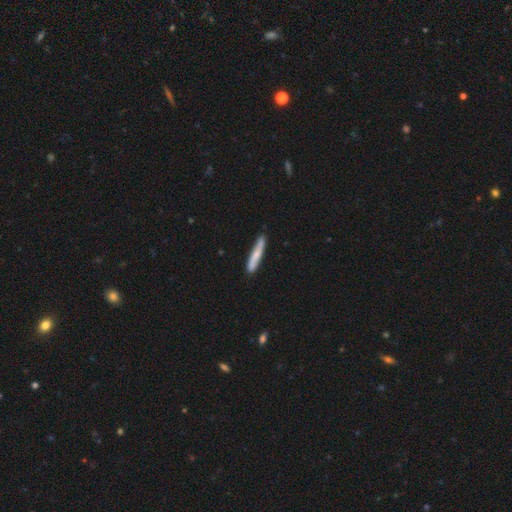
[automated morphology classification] Smooth or featured?
  - smooth: 64% *
  - featured or disk: 31%
  - star or artifact: 5%
How rounded?
  - cigar-shaped: 92% *
  - in between: 6%
  - round: 1%
Merging?
  - none: 82% *
  - minor disturbance: 14%
  - major disturbance: 2%
  - merger: 2%